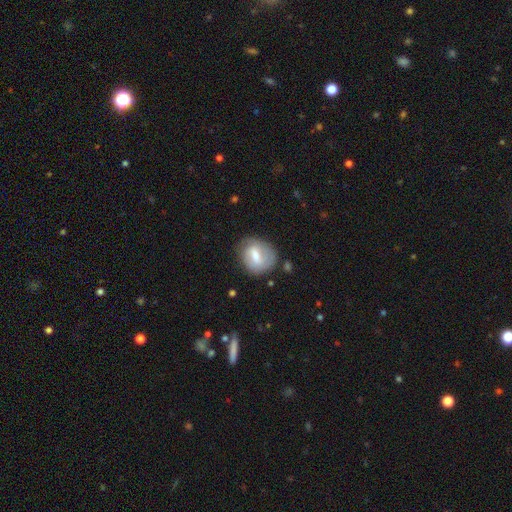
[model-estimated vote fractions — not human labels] Morphology: type=smooth (53%); roundness=round (61%); merging=none (66%).